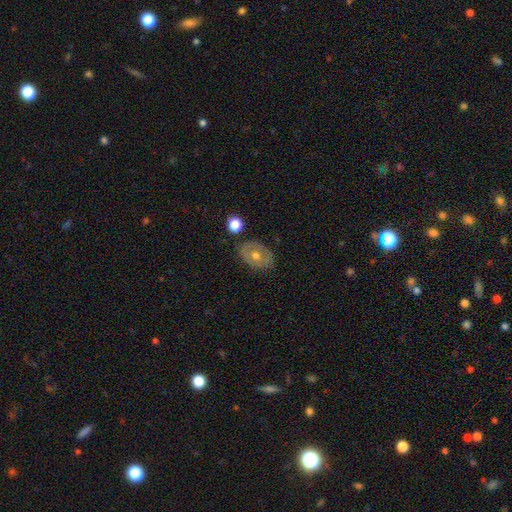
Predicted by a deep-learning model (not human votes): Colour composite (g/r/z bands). It shows a featured or disk galaxy (52%). Merging: none (80%).